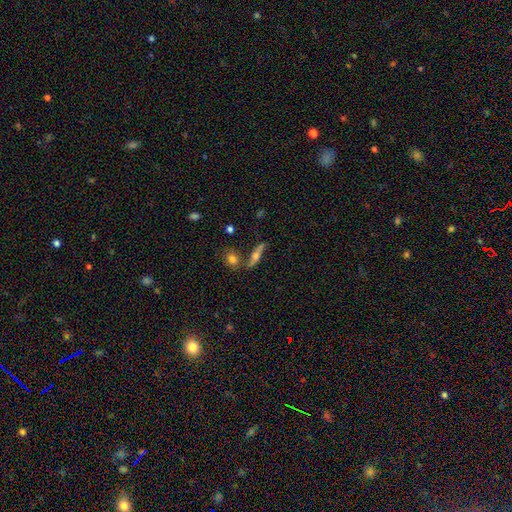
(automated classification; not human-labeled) Smooth or featured? featured or disk (58%)
Edge-on disk? yes (79%)
Merging? none (65%)